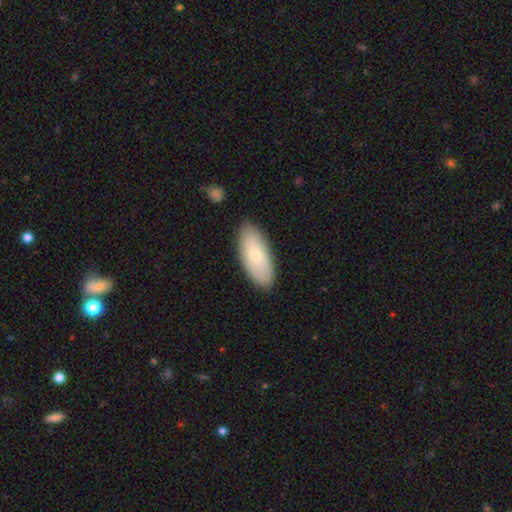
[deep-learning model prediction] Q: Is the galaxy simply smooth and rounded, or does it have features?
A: smooth — 72%.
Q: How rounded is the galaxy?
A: in between — 86%.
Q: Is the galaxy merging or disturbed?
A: none — 85%.